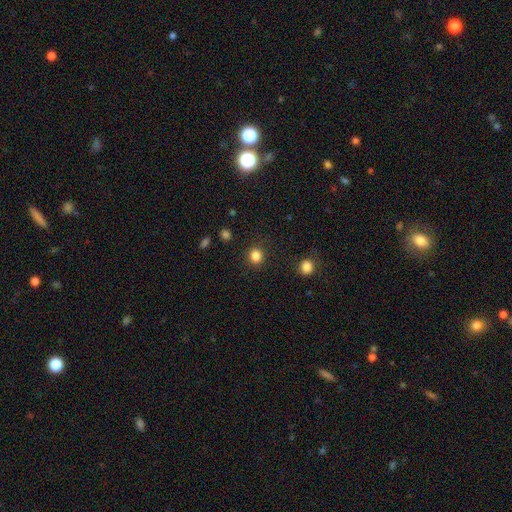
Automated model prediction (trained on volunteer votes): This is clearly a smooth galaxy (84%). How rounded: clearly round (87%). Merging: clearly none (88%).